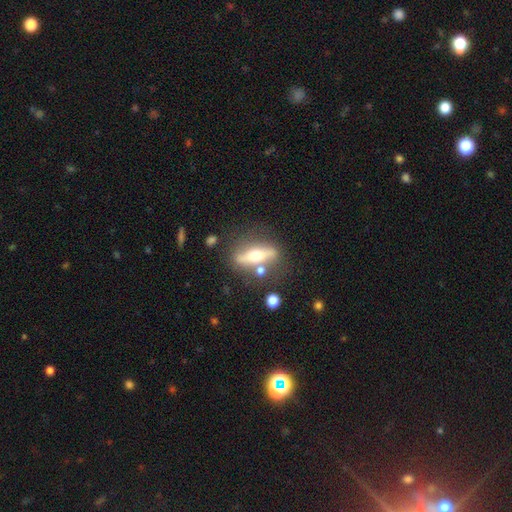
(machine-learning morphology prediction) Smooth or featured? featured or disk (62%)
Edge-on disk? yes (69%)
Merging? none (70%)